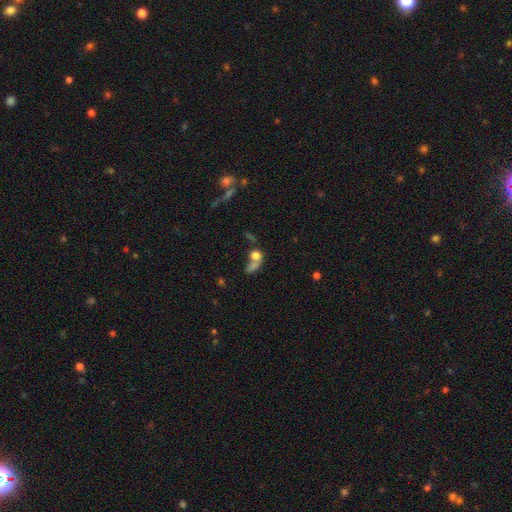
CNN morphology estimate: A smooth galaxy with no disk features (67%) that is round (49%). Merging: merger (49%).